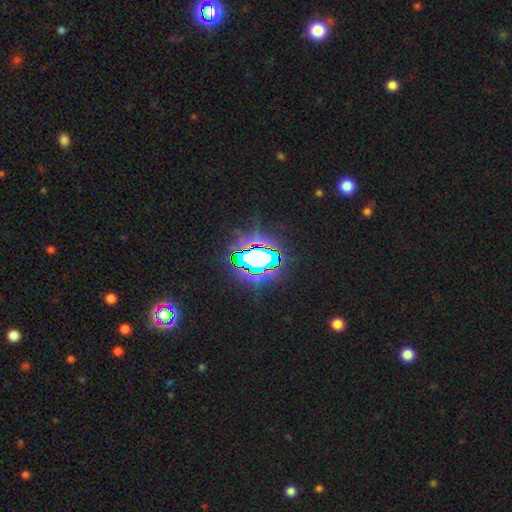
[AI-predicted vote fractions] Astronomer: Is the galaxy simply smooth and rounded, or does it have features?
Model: star or artifact — 79%.